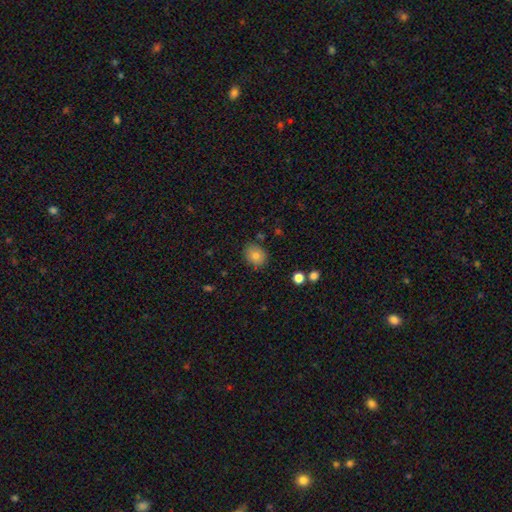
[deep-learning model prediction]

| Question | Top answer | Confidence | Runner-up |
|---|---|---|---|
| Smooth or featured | smooth | 78% | featured or disk (11%) |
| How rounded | round | 61% | in between (38%) |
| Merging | none | 83% | minor disturbance (12%) |